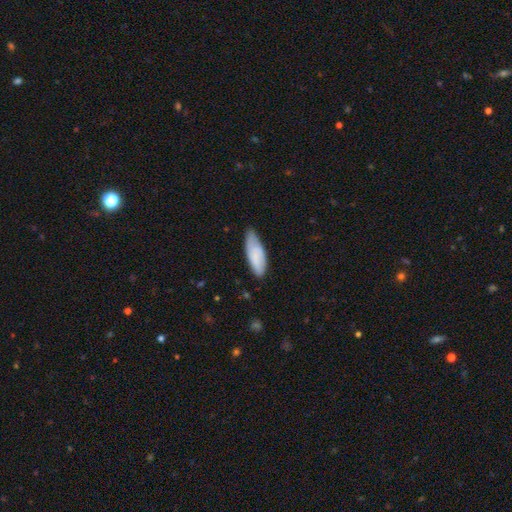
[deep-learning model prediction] This appears to be a smooth galaxy with no disk features (76%) that is in between round and cigar-shaped (68%). Merging: none (56%).